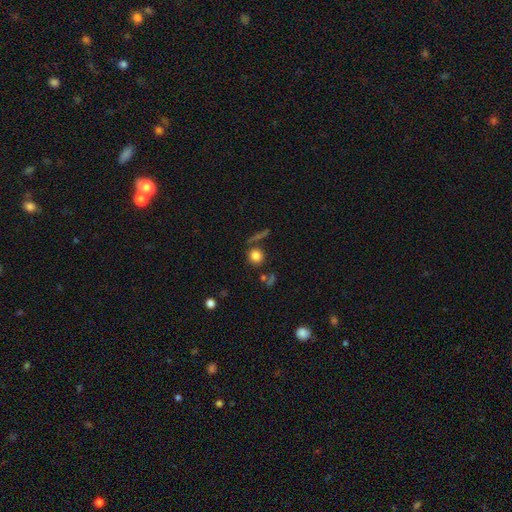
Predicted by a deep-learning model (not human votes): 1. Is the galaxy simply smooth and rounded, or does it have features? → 81% smooth, 11% star or artifact, 8% featured or disk.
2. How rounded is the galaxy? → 88% round, 10% in between, 2% cigar-shaped.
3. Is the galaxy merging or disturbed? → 75% none, 11% merger, 10% minor disturbance, 4% major disturbance.